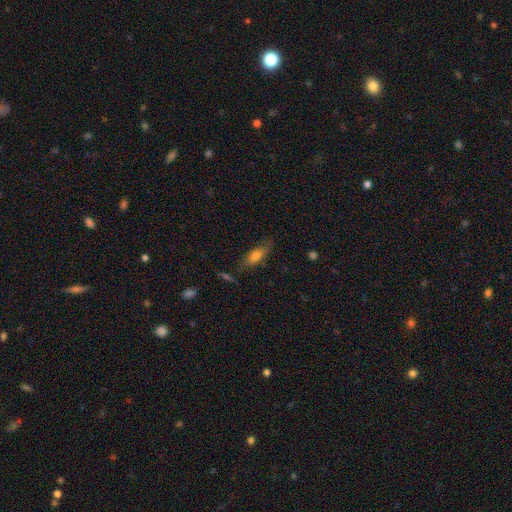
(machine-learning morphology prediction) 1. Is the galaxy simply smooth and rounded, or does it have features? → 70% smooth, 21% featured or disk, 9% star or artifact.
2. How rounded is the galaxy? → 61% in between, 36% cigar-shaped, 3% round.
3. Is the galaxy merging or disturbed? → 74% none, 18% minor disturbance, 5% major disturbance, 3% merger.